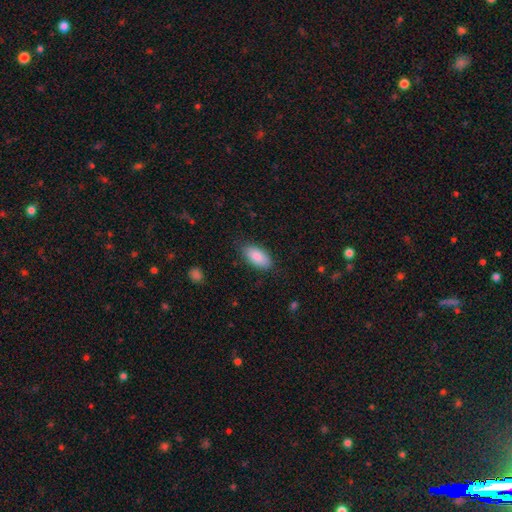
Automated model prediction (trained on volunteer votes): Smooth or featured? Predicted: smooth (p=0.85). How rounded? Predicted: in between (p=0.93). Merging? Predicted: none (p=0.81).